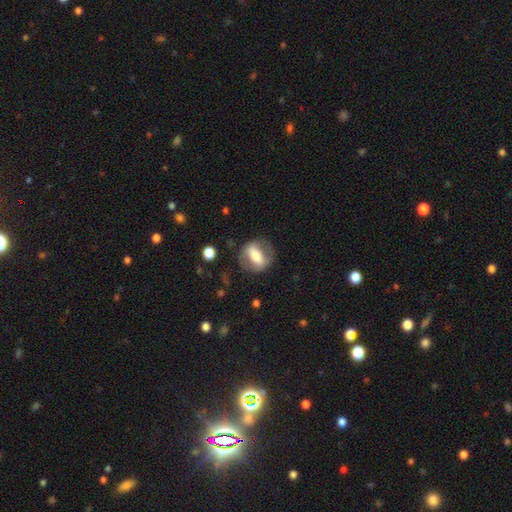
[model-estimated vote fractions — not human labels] featured or disk 48%, smooth 45%, star or artifact 7%. Down the decision tree: merging — none (76%).